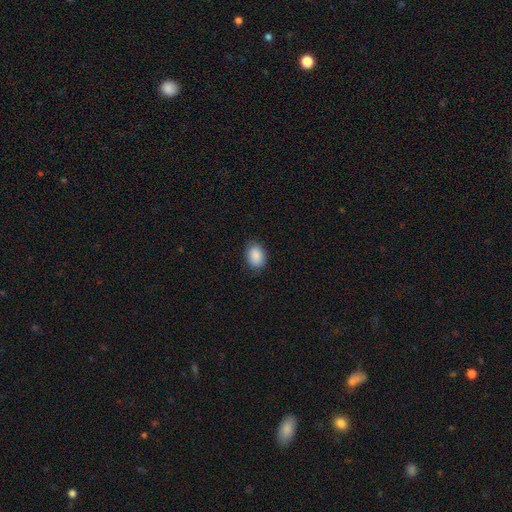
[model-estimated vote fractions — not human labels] A smooth galaxy with no disk features (89%) that is in between round and cigar-shaped (76%). Merging: none (84%).